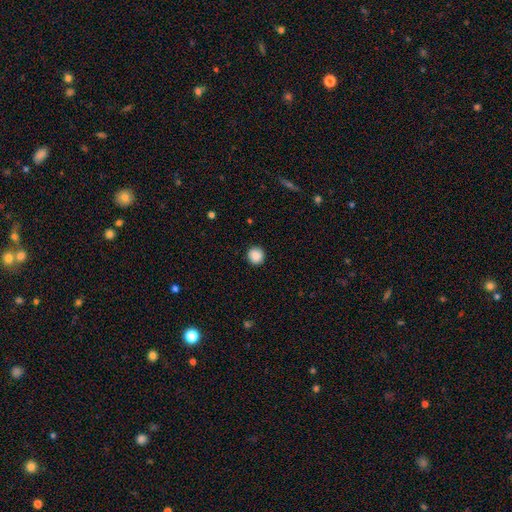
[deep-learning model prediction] Smooth or featured?
  - smooth: 89% *
  - star or artifact: 9%
  - featured or disk: 3%
How rounded?
  - round: 93% *
  - in between: 6%
  - cigar-shaped: 1%
Merging?
  - none: 91% *
  - minor disturbance: 6%
  - major disturbance: 2%
  - merger: 1%